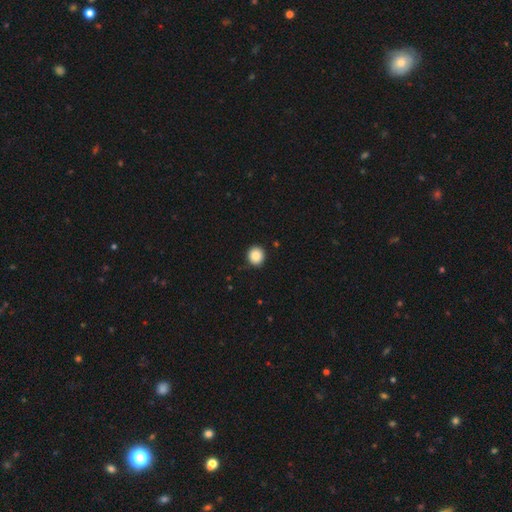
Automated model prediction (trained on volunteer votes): smooth 88%, star or artifact 9%, featured or disk 3%. Down the decision tree: how rounded — round (89%); merging — none (91%).